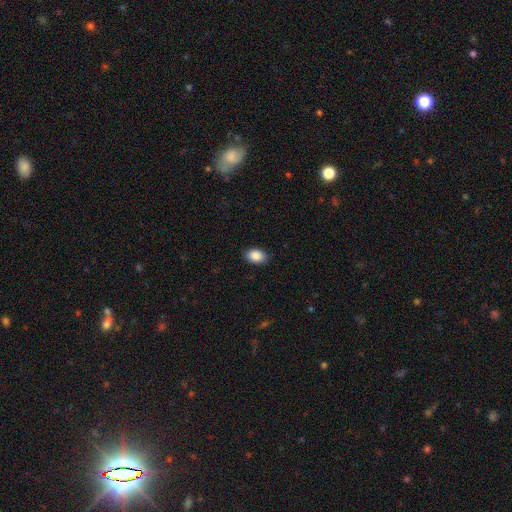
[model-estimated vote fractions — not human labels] Q: Smooth or featured?
A: smooth (89%); runner-up: star or artifact (7%)
Q: How rounded?
A: in between (86%); runner-up: round (13%)
Q: Merging?
A: none (87%); runner-up: minor disturbance (9%)